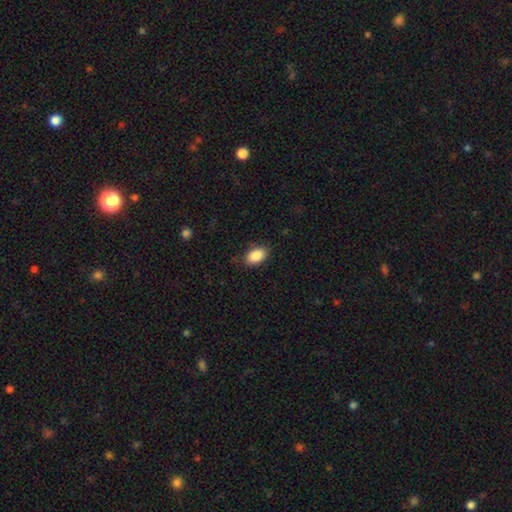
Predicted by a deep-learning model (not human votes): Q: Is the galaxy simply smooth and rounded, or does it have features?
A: smooth — 88%.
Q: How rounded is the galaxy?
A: in between — 90%.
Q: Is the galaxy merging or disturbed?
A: none — 85%.